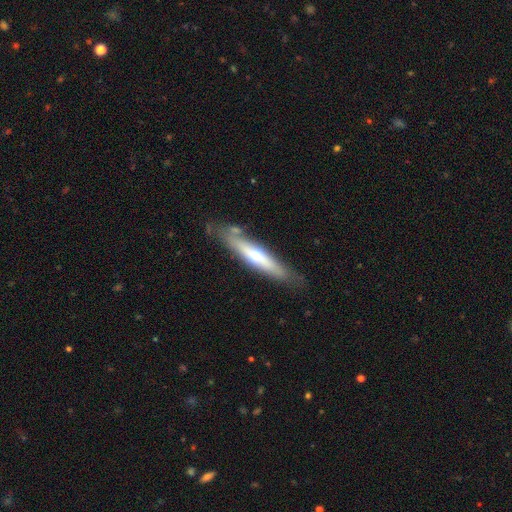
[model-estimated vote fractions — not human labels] This appears to be a featured or disk galaxy (54%) viewed edge-on (77%). Merging: none (76%).